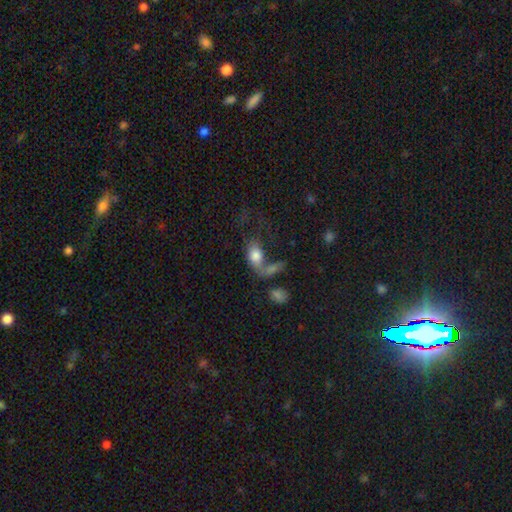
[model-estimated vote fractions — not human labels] Smooth or featured? Predicted: smooth (p=0.70). How rounded? Predicted: in between (p=0.83). Merging? Predicted: merger (p=0.42).